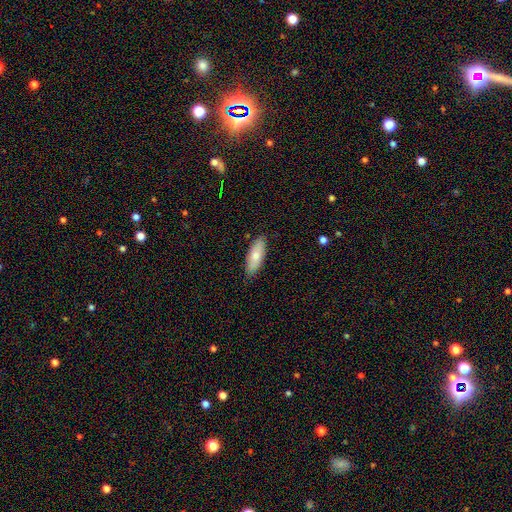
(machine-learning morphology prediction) Q: Smooth or featured?
A: smooth (72%); runner-up: featured or disk (22%)
Q: How rounded?
A: in between (72%); runner-up: cigar-shaped (26%)
Q: Merging?
A: none (86%); runner-up: minor disturbance (11%)